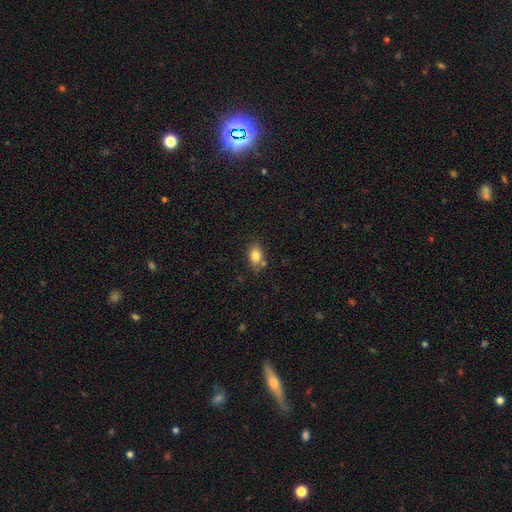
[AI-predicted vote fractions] smooth 82%, featured or disk 9%, star or artifact 9%. Down the decision tree: how rounded — in between (80%); merging — none (69%).